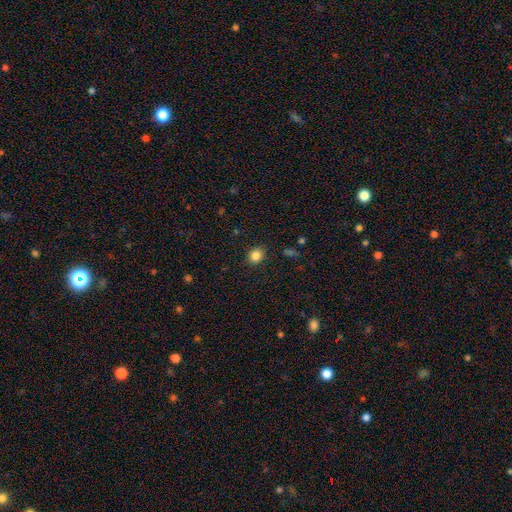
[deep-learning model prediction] The model was most divided on "how rounded": round: 70%, in between: 30%, cigar-shaped: 1%. More confident: merging — none (89%); smooth or featured — smooth (83%).